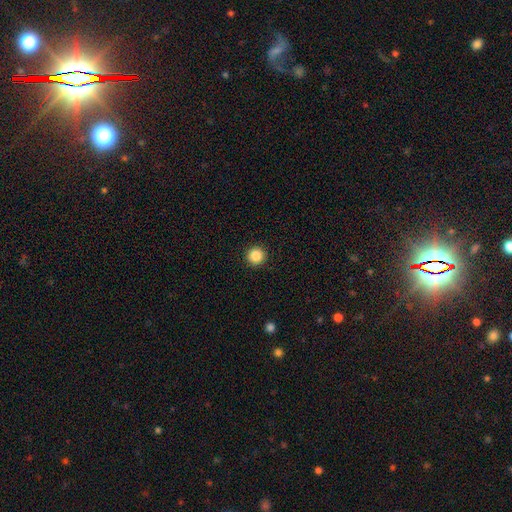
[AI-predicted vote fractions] Q: Smooth or featured?
A: smooth (86%); runner-up: star or artifact (10%)
Q: How rounded?
A: round (96%); runner-up: in between (3%)
Q: Merging?
A: none (93%); runner-up: minor disturbance (4%)